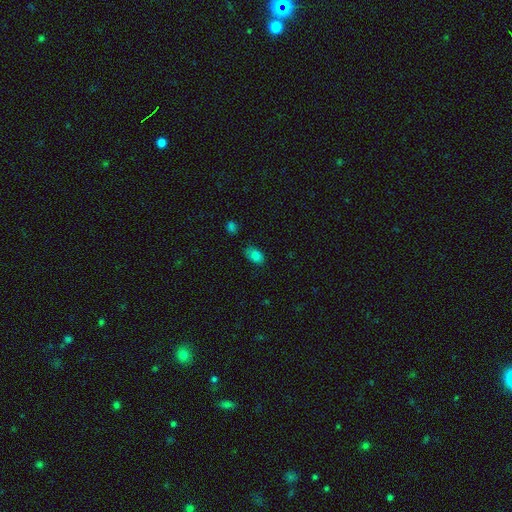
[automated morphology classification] type=smooth (82%); roundness=in between (87%); merging=none (69%).